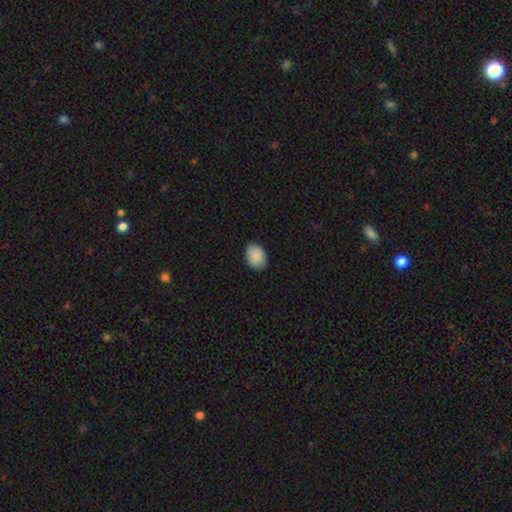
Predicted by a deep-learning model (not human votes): Overall: smooth (90%). How rounded: in between (77%). Merging: none (86%).